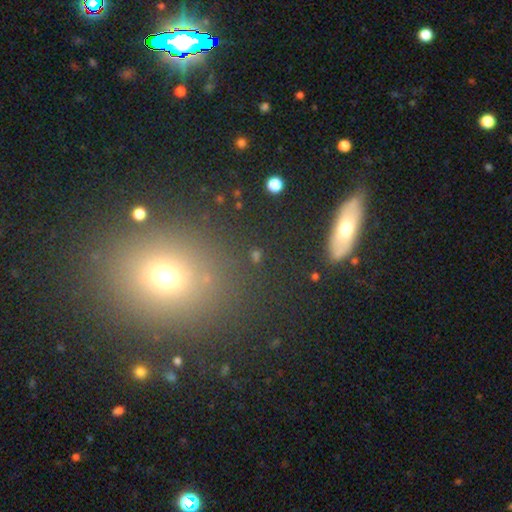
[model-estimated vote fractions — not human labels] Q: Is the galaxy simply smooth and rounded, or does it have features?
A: smooth — 59%.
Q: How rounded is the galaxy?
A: round — 61%.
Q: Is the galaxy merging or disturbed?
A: none — 78%.